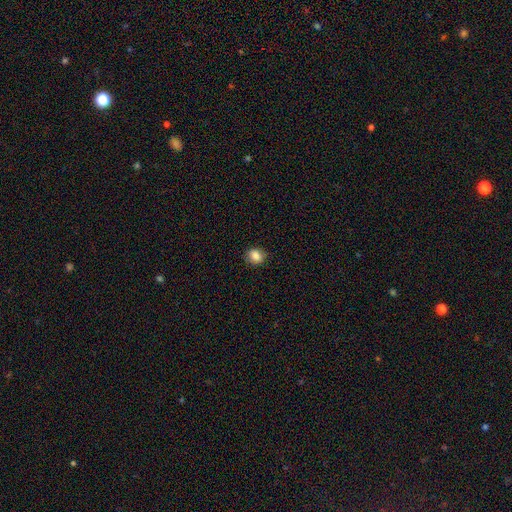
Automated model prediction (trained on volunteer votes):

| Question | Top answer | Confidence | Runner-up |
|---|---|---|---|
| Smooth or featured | smooth | 85% | star or artifact (10%) |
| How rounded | round | 69% | in between (30%) |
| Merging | none | 87% | minor disturbance (10%) |